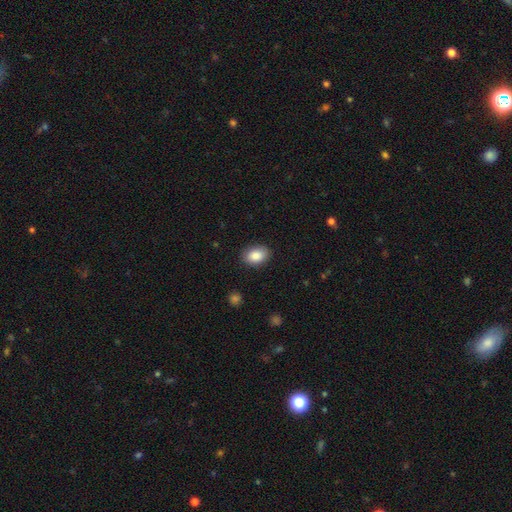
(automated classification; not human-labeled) This is clearly a smooth galaxy (88%). How rounded: likely in between (79%). Merging: clearly none (87%).